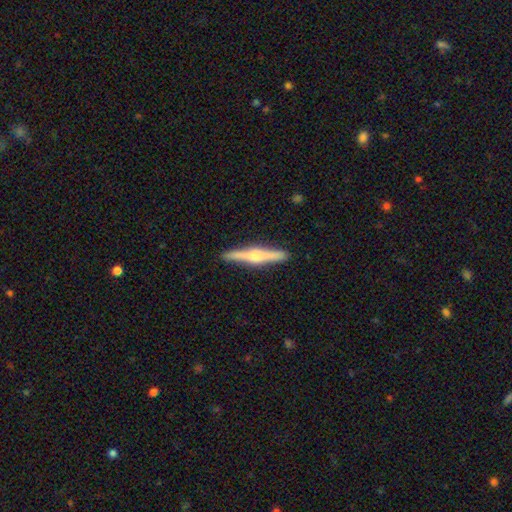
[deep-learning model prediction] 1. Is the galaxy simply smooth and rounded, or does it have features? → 69% featured or disk, 26% smooth, 5% star or artifact.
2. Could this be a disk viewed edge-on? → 98% yes, 2% no.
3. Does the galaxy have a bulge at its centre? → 88% rounded, 7% boxy, 5% none.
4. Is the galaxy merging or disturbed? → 91% none, 7% minor disturbance, 1% major disturbance, 1% merger.